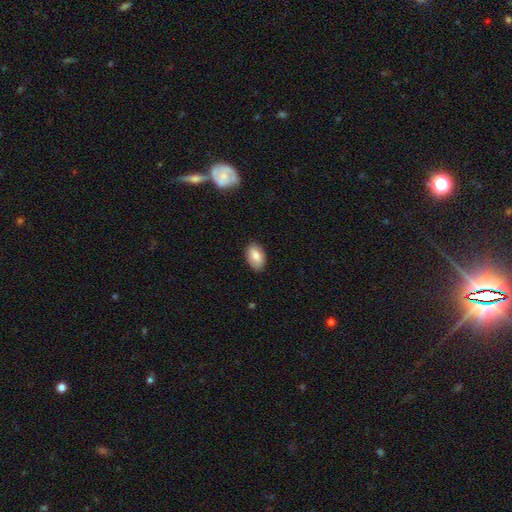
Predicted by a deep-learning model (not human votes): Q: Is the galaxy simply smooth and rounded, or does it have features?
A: smooth — 79%.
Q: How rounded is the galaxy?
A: in between — 91%.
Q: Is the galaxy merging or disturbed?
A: none — 86%.